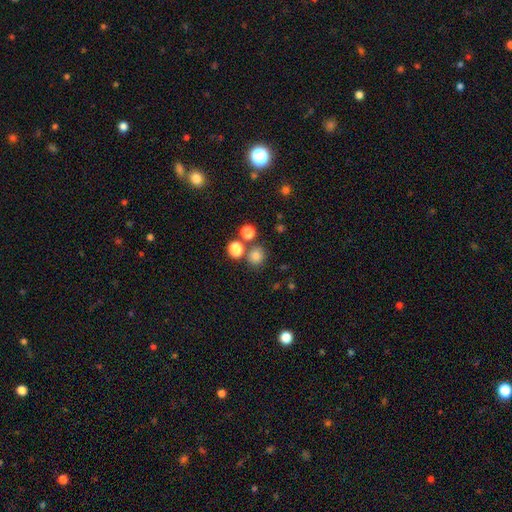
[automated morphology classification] type=smooth (79%); roundness=round (85%); merging=none (72%).